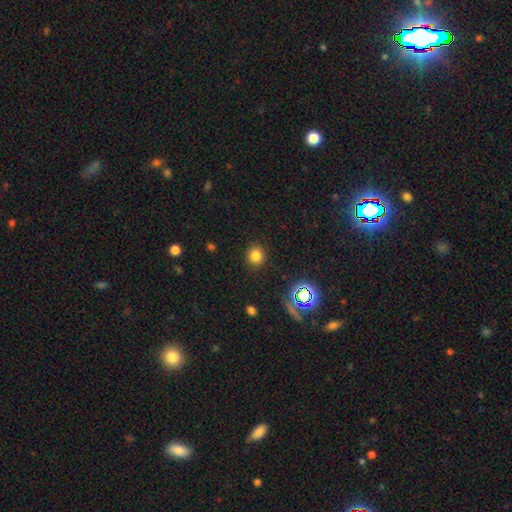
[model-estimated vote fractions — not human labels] Smooth or featured? Predicted: smooth (p=0.79). How rounded? Predicted: round (p=0.85). Merging? Predicted: none (p=0.90).